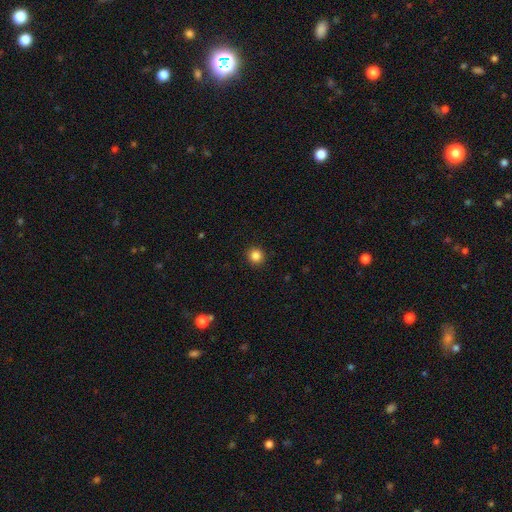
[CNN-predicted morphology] A smooth galaxy with no disk features (85%) that is round (95%). Merging: none (93%).